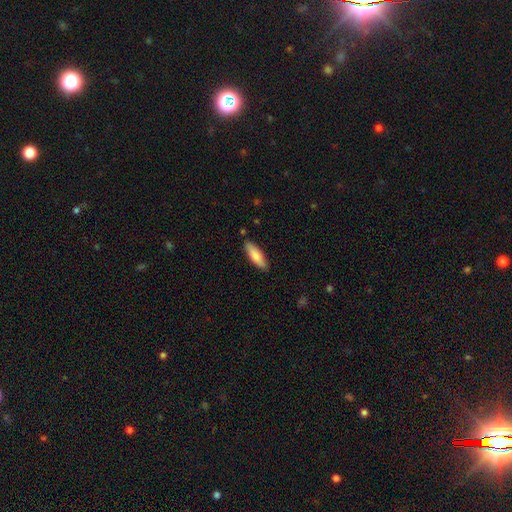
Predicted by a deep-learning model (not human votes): This appears to be a smooth galaxy with no disk features (80%) that is cigar-shaped (50%). Merging: none (87%).